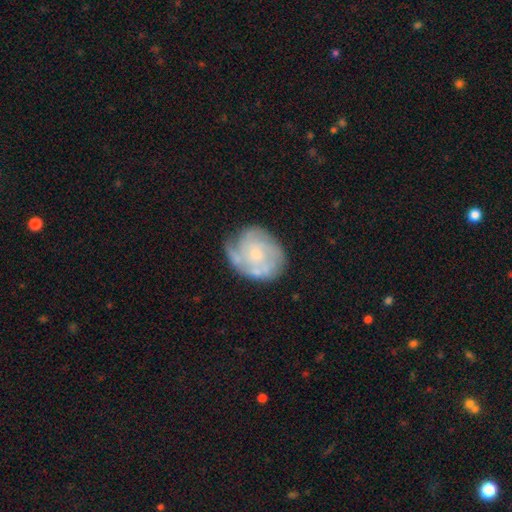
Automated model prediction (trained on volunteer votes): The model was most divided on "bulge size": small: 56%, moderate: 35%, none: 5%, large: 2%, dominant: 1%. Remaining: edge-on disk — no (98%); spiral arms — yes (82%); bar — no (78%); smooth or featured — featured or disk (71%); merging — none (59%); spiral winding — tight (57%); spiral arm count — can't tell (42%).